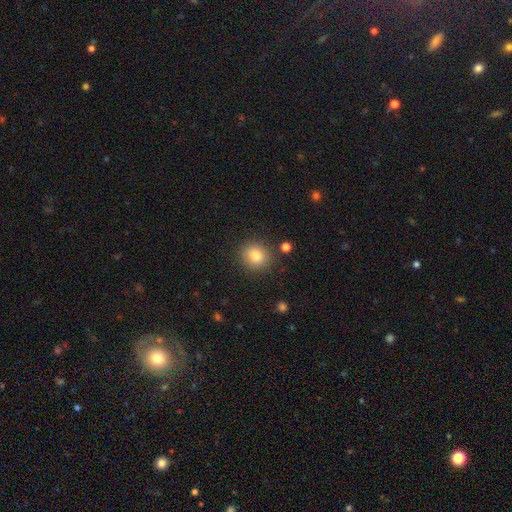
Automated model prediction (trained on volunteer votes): Smooth or featured?
  - smooth: 83% *
  - star or artifact: 11%
  - featured or disk: 7%
How rounded?
  - round: 86% *
  - in between: 13%
  - cigar-shaped: 1%
Merging?
  - none: 87% *
  - minor disturbance: 8%
  - major disturbance: 3%
  - merger: 3%